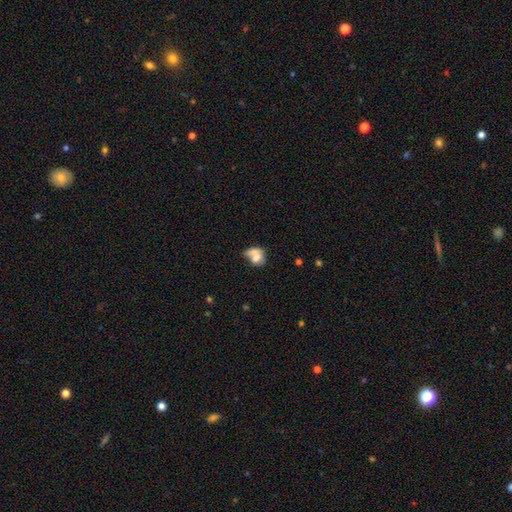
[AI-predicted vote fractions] Q: Smooth or featured?
A: smooth (64%); runner-up: featured or disk (26%)
Q: How rounded?
A: in between (58%); runner-up: round (40%)
Q: Merging?
A: merger (51%); runner-up: none (22%)